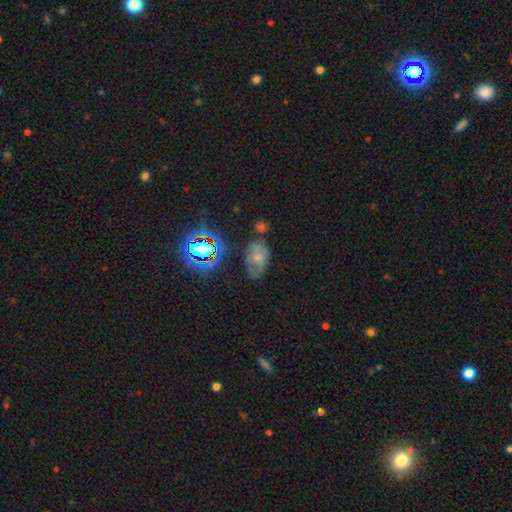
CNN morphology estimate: Overall: featured or disk (35%; smooth 33%). Merging: none (52%; minor disturbance 27%).